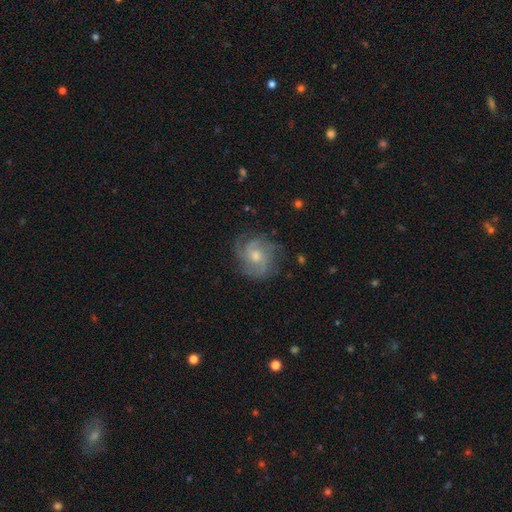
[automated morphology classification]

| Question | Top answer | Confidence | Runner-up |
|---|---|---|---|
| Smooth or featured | featured or disk | 78% | smooth (13%) |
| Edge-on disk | no | 97% | yes (3%) |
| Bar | no | 69% | weak (27%) |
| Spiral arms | yes | 95% | no (5%) |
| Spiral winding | tight | 49% | medium (40%) |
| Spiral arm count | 3 | 32% | can't tell (24%) |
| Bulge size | moderate | 62% | small (29%) |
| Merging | none | 76% | minor disturbance (16%) |